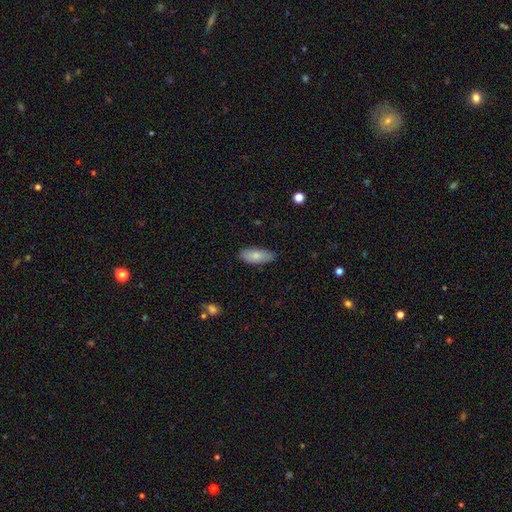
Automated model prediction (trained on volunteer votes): smooth-or-featured: smooth: 80% | featured or disk: 14% | star or artifact: 6%
  how-rounded: in between: 81% | cigar-shaped: 16% | round: 2%
  merging: none: 79% | minor disturbance: 17% | major disturbance: 3% | merger: 1%